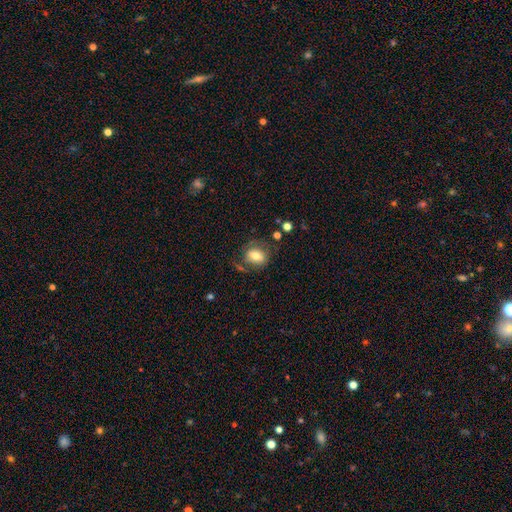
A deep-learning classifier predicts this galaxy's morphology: A smooth galaxy with no disk features (67%) that is in between round and cigar-shaped (53%).

Vote fractions:
- Smooth or featured? smooth: 67% / featured or disk: 24% / star or artifact: 9%
- How rounded? in between: 53% / round: 45% / cigar-shaped: 1%
- Merging? none: 60% / minor disturbance: 20% / major disturbance: 14% / merger: 7%